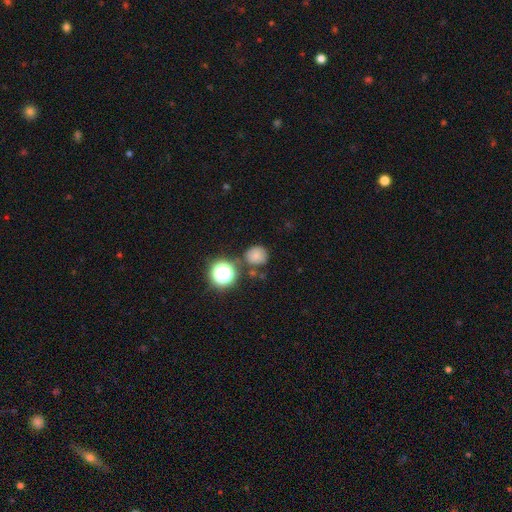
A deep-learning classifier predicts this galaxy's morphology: Smooth or featured? Predicted: smooth (p=0.73). How rounded? Predicted: round (p=0.84). Merging? Predicted: none (p=0.73).